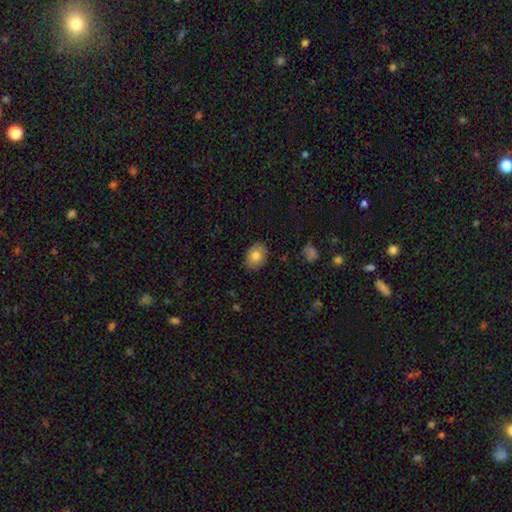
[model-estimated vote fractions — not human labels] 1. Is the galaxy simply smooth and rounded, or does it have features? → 78% smooth, 14% featured or disk, 7% star or artifact.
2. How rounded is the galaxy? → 79% in between, 20% round, 1% cigar-shaped.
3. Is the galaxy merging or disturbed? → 85% none, 12% minor disturbance, 2% major disturbance, 1% merger.